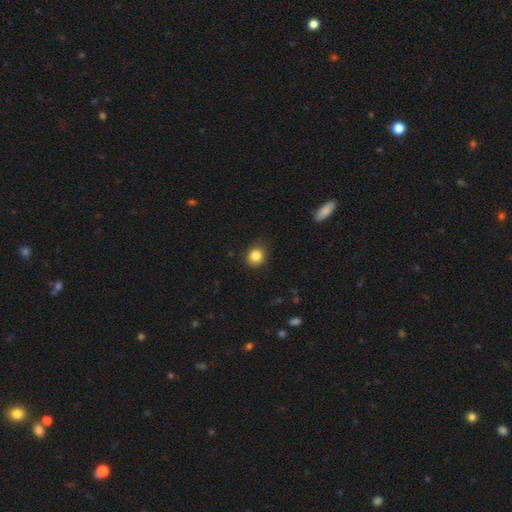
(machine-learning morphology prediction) This is clearly a smooth galaxy (83%). How rounded: likely round (79%). Merging: clearly none (84%).